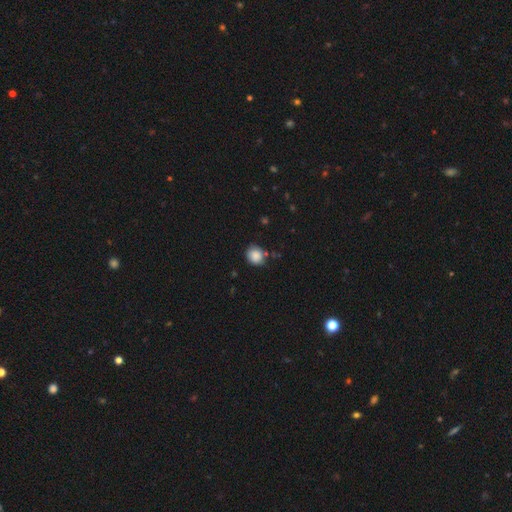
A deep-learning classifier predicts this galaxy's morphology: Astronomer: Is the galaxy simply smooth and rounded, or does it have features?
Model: smooth — 86%.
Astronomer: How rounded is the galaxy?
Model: round — 79%.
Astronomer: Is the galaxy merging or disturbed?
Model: none — 73%.